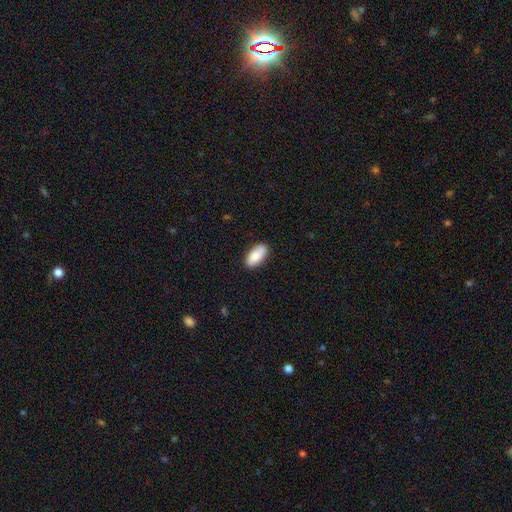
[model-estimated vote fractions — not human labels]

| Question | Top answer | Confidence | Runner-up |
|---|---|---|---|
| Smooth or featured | smooth | 87% | featured or disk (7%) |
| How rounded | in between | 90% | cigar-shaped (8%) |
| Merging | none | 87% | minor disturbance (10%) |